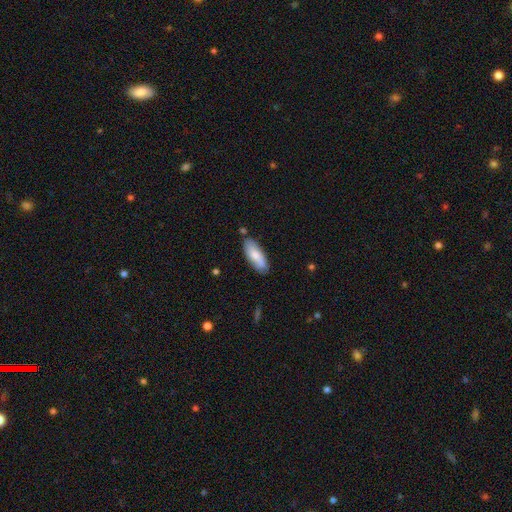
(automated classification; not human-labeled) The model was most divided on "smooth or featured": smooth: 69%, featured or disk: 25%, star or artifact: 6%. More confident: merging — none (77%); how rounded — in between (75%).